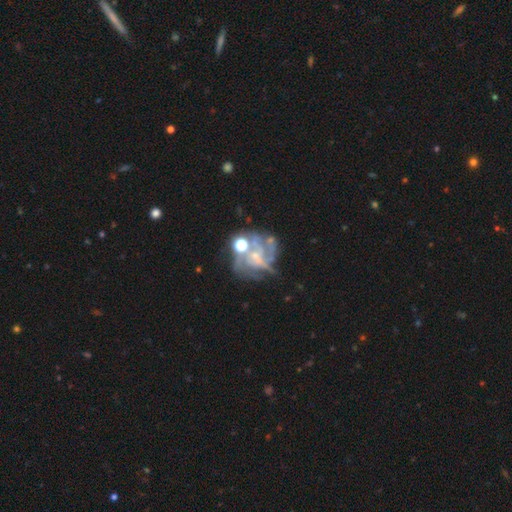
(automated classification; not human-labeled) Smooth or featured: featured or disk — 75% (star or artifact — 13%)
Edge-on disk: no — 98% (yes — 2%)
Bar: no — 69% (weak — 25%)
Spiral arms: yes — 78% (no — 22%)
Spiral winding: medium — 42% (tight — 38%)
Spiral arm count: can't tell — 34% (3 — 25%)
Bulge size: small — 55% (moderate — 21%)
Merging: none — 42% (major disturbance — 26%)